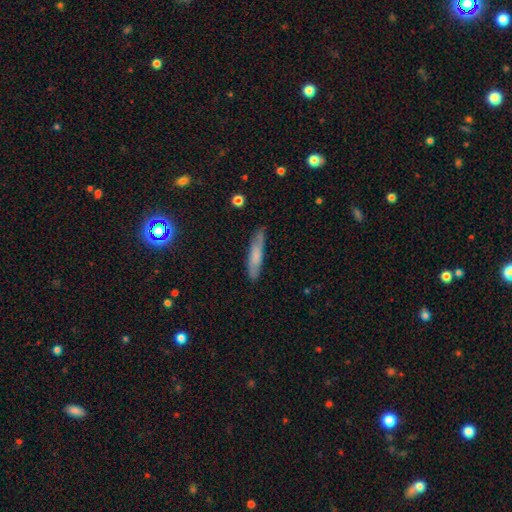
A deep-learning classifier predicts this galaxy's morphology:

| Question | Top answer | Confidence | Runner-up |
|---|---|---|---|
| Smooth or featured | smooth | 66% | featured or disk (26%) |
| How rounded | cigar-shaped | 84% | in between (14%) |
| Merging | none | 80% | minor disturbance (16%) |